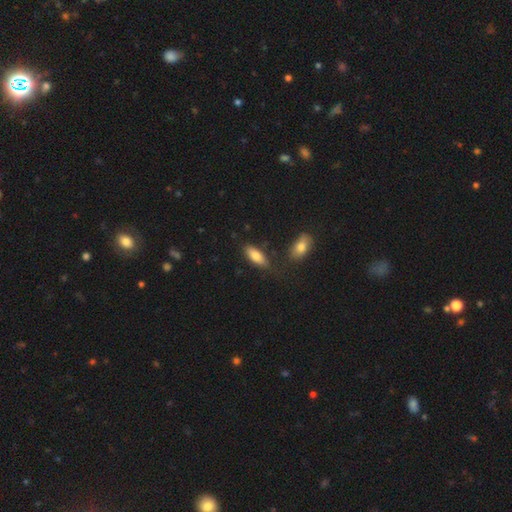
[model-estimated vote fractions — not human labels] smooth-or-featured: smooth: 80% | featured or disk: 14% | star or artifact: 6%
  how-rounded: in between: 76% | cigar-shaped: 21% | round: 2%
  merging: none: 74% | minor disturbance: 15% | merger: 7% | major disturbance: 4%